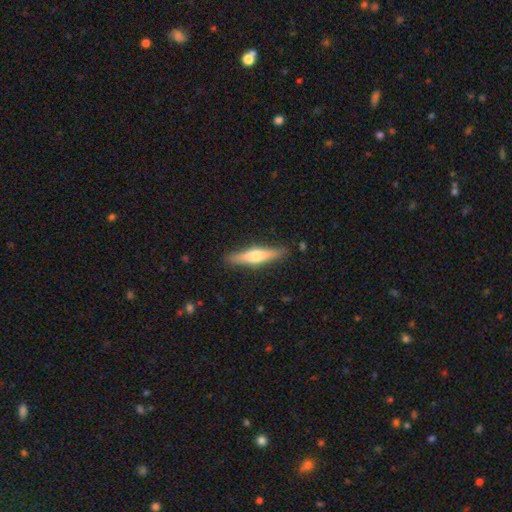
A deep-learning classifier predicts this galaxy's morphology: A featured or disk galaxy (49%). Merging: none (88%).